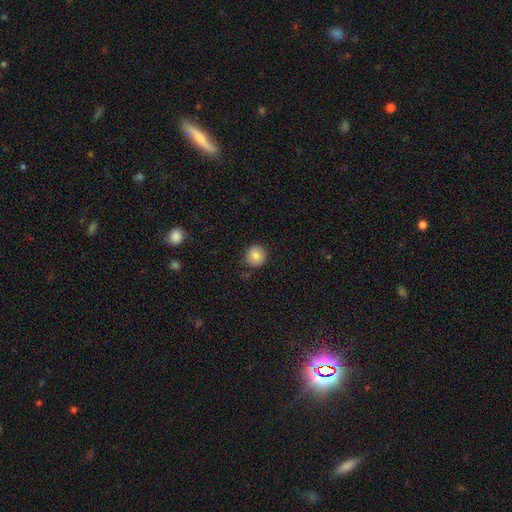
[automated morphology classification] A smooth galaxy with no disk features (82%) that is round (91%).

Vote fractions:
- Smooth or featured? smooth: 82% / star or artifact: 9% / featured or disk: 8%
- How rounded? round: 91% / in between: 8% / cigar-shaped: 1%
- Merging? none: 84% / minor disturbance: 12% / major disturbance: 2% / merger: 1%